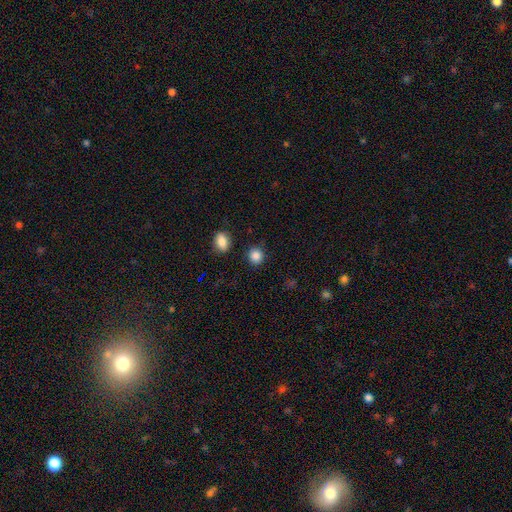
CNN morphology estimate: type=smooth (86%); roundness=round (85%); merging=none (87%).